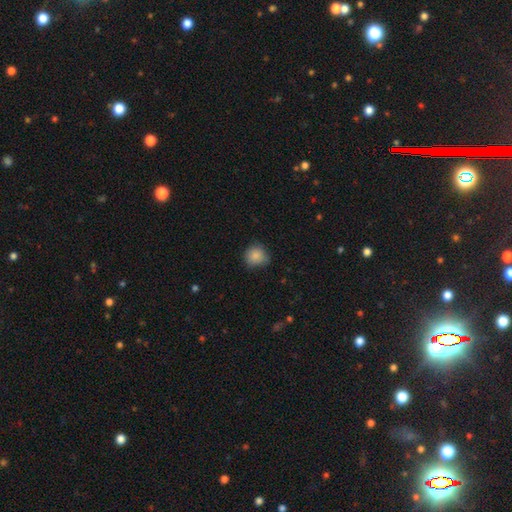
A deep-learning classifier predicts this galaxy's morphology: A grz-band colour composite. It shows a smooth galaxy with no disk features (86%) that is round (86%). Merging: none (70%).